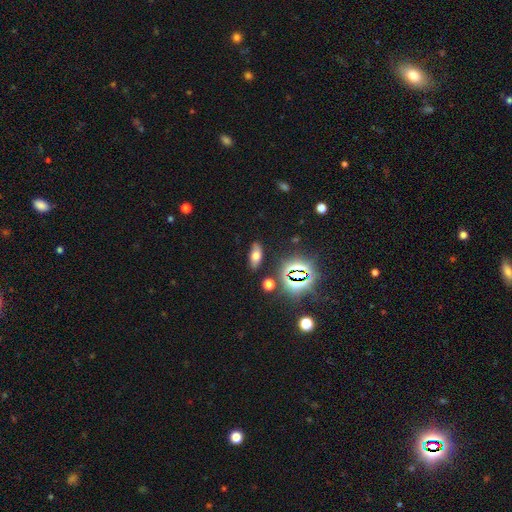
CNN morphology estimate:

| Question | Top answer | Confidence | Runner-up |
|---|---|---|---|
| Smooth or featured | smooth | 57% | star or artifact (25%) |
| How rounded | in between | 81% | cigar-shaped (13%) |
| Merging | none | 84% | minor disturbance (10%) |